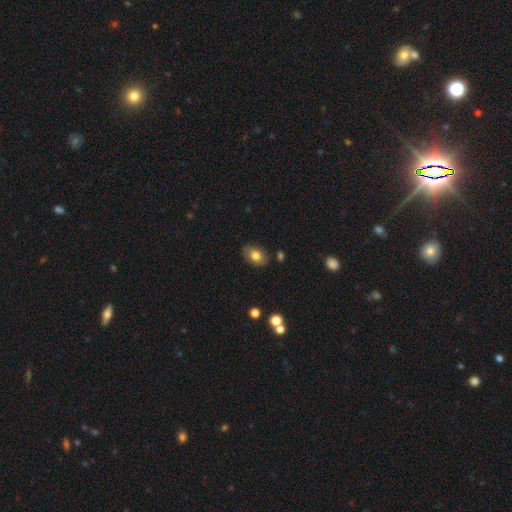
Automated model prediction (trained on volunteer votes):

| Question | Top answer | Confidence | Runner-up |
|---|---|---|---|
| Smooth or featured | smooth | 78% | featured or disk (14%) |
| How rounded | in between | 83% | round (16%) |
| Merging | none | 81% | minor disturbance (14%) |